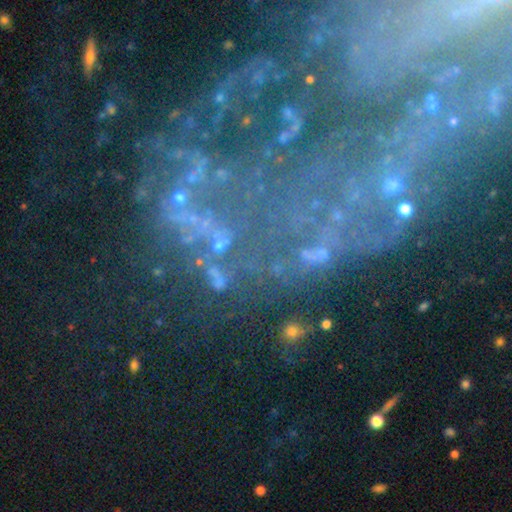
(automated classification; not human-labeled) smooth_or_featured: featured or disk (p=0.45) [alt: star or artifact p=0.40]
merging: none (p=0.52) [alt: major disturbance p=0.21]